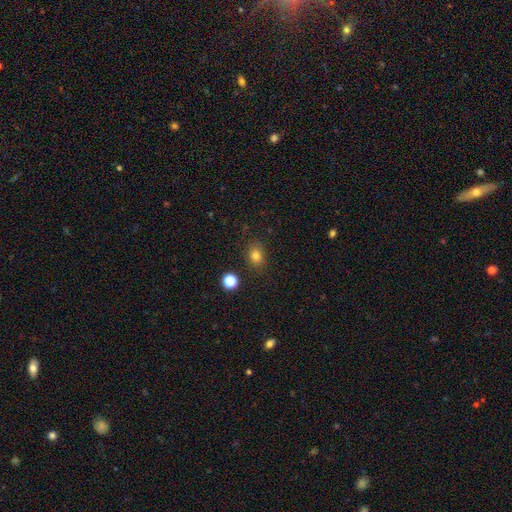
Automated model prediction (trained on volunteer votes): Smooth or featured? Predicted: smooth (p=0.80). How rounded? Predicted: in between (p=0.55). Merging? Predicted: none (p=0.83).